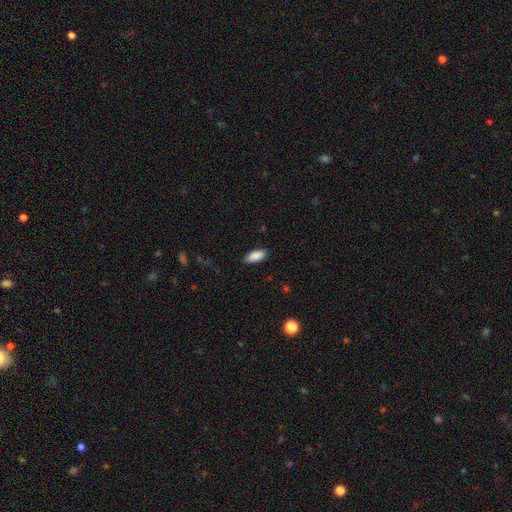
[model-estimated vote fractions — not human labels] Smooth or featured: smooth — 89% (star or artifact — 6%)
How rounded: in between — 84% (cigar-shaped — 14%)
Merging: none — 87% (minor disturbance — 10%)